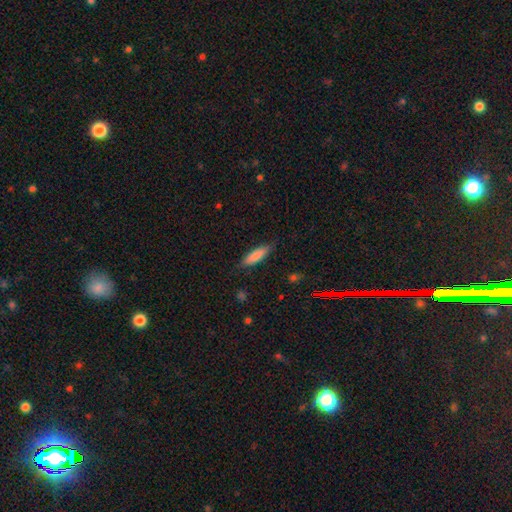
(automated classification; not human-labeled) smooth-or-featured: smooth: 83% | featured or disk: 11% | star or artifact: 6%
  how-rounded: cigar-shaped: 62% | in between: 36% | round: 2%
  merging: none: 84% | minor disturbance: 12% | major disturbance: 2% | merger: 1%